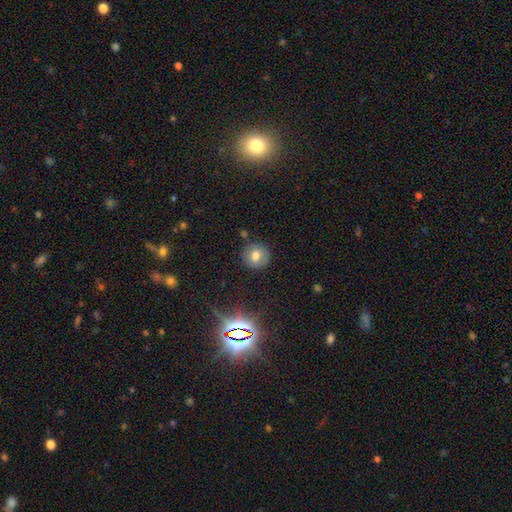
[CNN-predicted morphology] smooth-or-featured: smooth: 71% | featured or disk: 15% | star or artifact: 15%
  how-rounded: round: 91% | in between: 8% | cigar-shaped: 1%
  merging: none: 85% | minor disturbance: 9% | merger: 4% | major disturbance: 3%